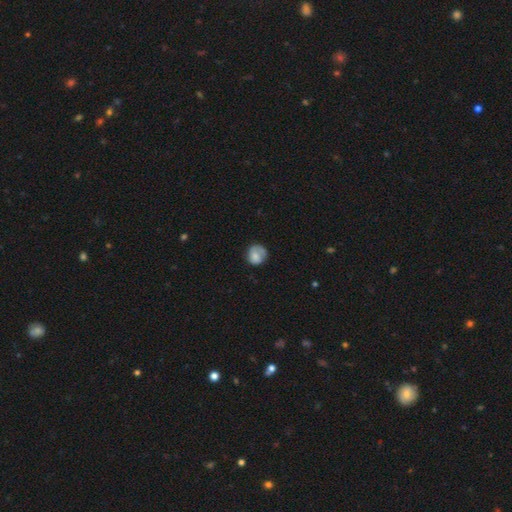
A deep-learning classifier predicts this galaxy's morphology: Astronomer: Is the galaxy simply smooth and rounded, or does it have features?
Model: smooth — 70%.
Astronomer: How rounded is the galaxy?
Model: round — 82%.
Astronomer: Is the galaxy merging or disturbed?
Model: none — 63%.